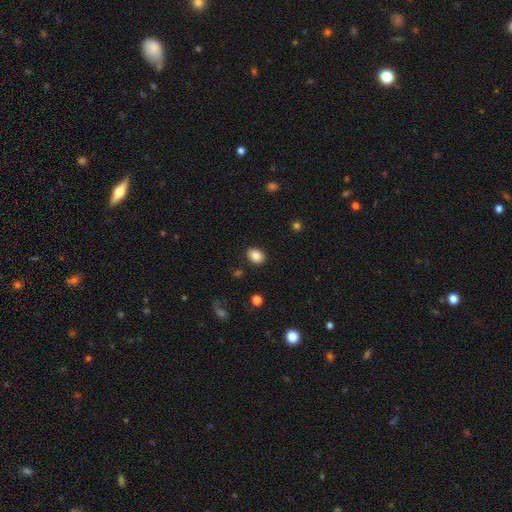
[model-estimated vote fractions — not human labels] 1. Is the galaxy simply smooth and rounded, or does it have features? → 84% smooth, 9% star or artifact, 7% featured or disk.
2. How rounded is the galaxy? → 67% in between, 32% round, 1% cigar-shaped.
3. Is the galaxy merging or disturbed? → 88% none, 9% minor disturbance, 2% major disturbance, 1% merger.